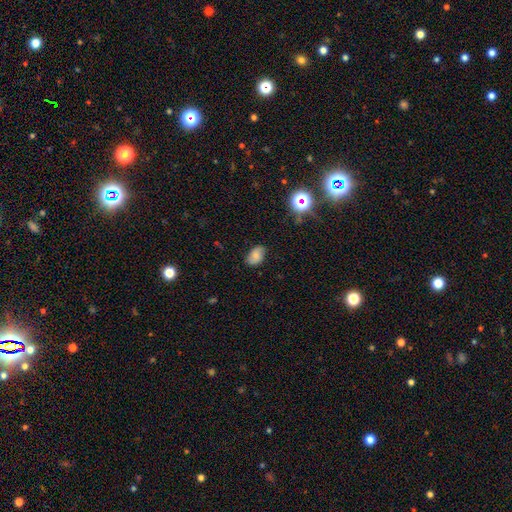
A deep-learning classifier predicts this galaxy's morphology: smooth-or-featured: smooth: 73% | featured or disk: 15% | star or artifact: 12%
  how-rounded: in between: 88% | round: 10% | cigar-shaped: 1%
  merging: none: 79% | minor disturbance: 16% | major disturbance: 3% | merger: 1%